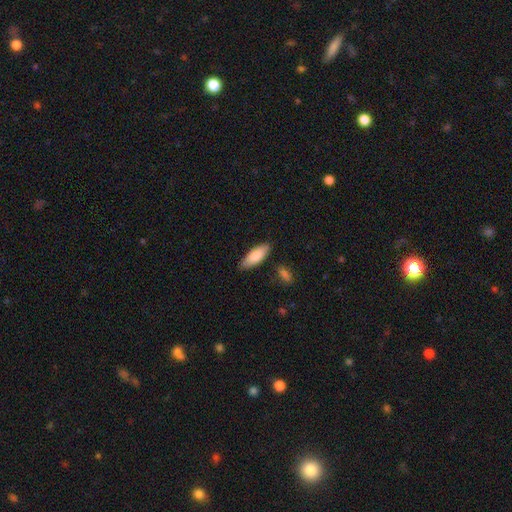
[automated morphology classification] A smooth galaxy with no disk features (82%) that is in between round and cigar-shaped (70%). Merging: none (81%).